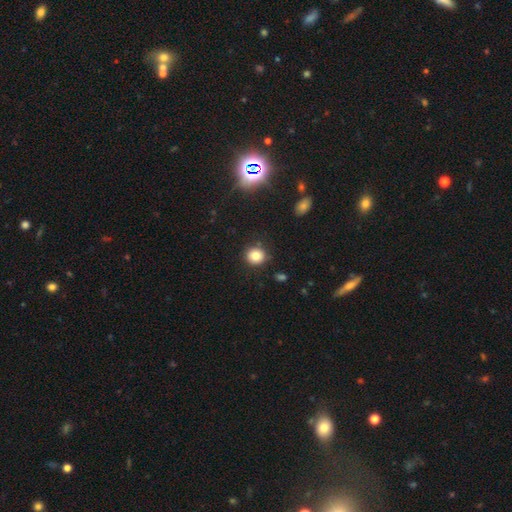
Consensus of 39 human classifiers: Smooth or featured?
  - smooth: 85% *
  - star or artifact: 10%
  - featured or disk: 5%
How rounded?
  - round: 94% *
  - in between: 6%
  - cigar-shaped: 0%
Merging?
  - none: 74% *
  - minor disturbance: 23%
  - merger: 3%
  - major disturbance: 0%